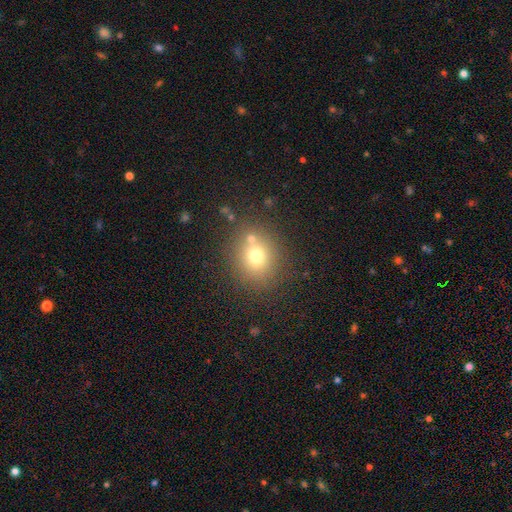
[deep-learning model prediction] A smooth galaxy with no disk features (71%) that is round (78%). Merging: none (73%).